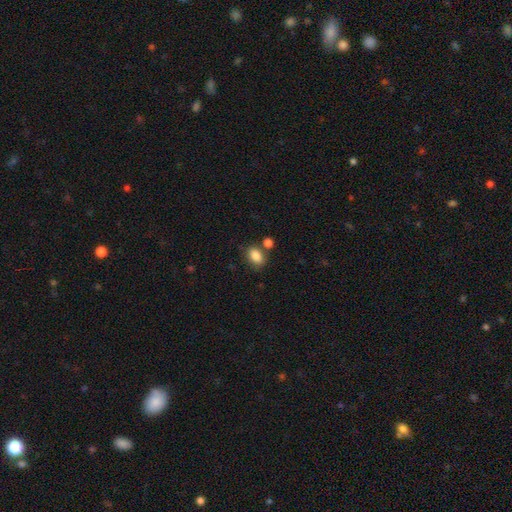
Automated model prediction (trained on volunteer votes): Smooth or featured: smooth — 86% (star or artifact — 9%)
How rounded: in between — 79% (round — 20%)
Merging: none — 66% (merger — 15%)